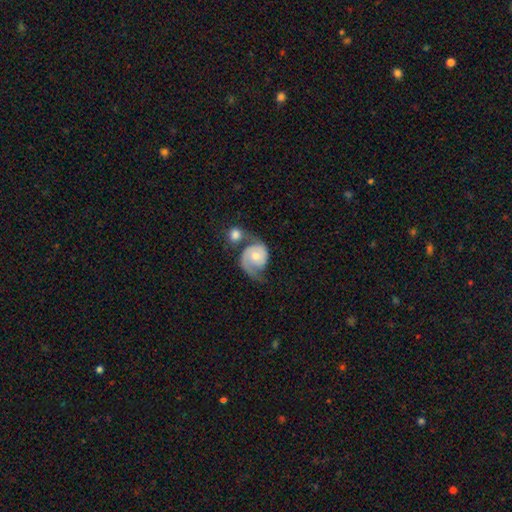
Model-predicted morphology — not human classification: Smooth or featured? Predicted: featured or disk (p=0.73). Edge-on disk? Predicted: no (p=0.98). Bar? Predicted: no (p=0.76). Spiral arms? Predicted: yes (p=0.92). Spiral winding? Predicted: medium (p=0.40). Spiral arm count? Predicted: 2 (p=0.70). Bulge size? Predicted: moderate (p=0.57). Merging? Predicted: merger (p=0.35).